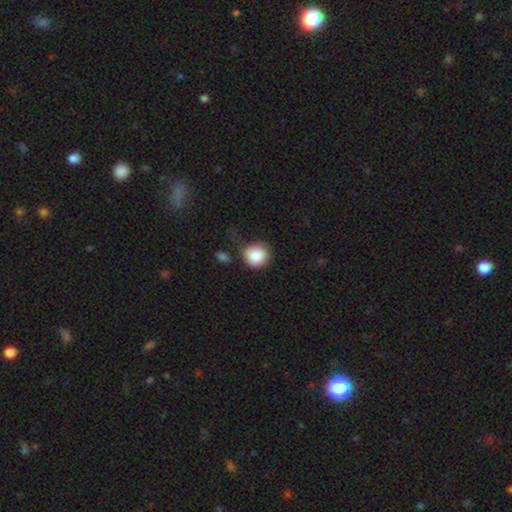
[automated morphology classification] Smooth or featured: smooth — 88% (star or artifact — 8%)
How rounded: round — 90% (in between — 9%)
Merging: none — 63% (minor disturbance — 22%)